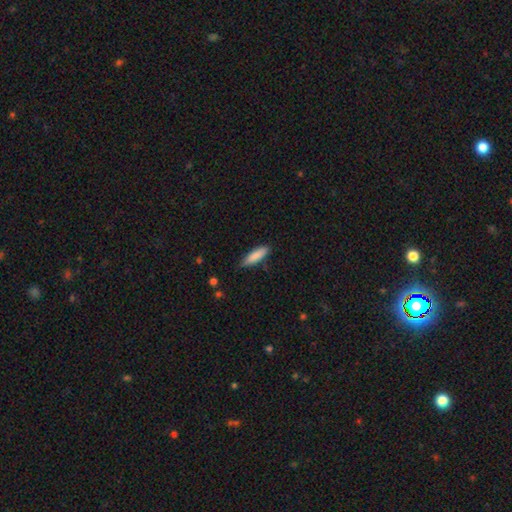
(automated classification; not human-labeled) Overall: smooth (85%). How rounded: cigar-shaped (60%; in between 39%). Merging: none (83%).